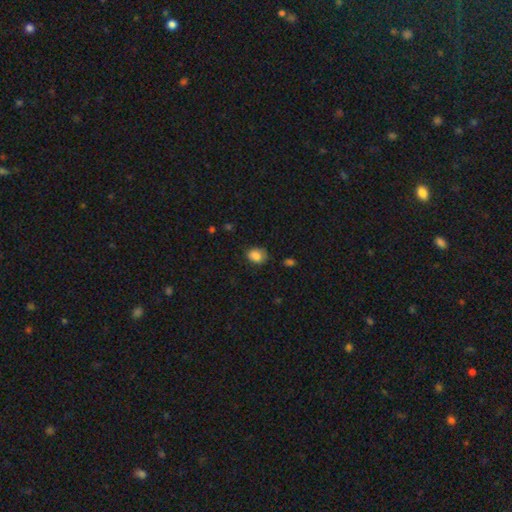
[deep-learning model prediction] Smooth or featured? smooth (85%)
How rounded? in between (54%)
Merging? none (66%)